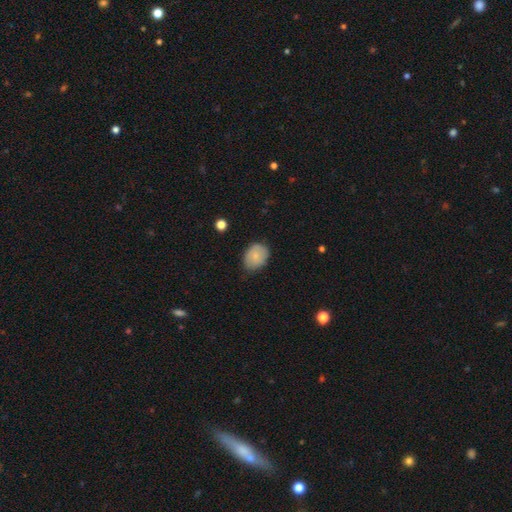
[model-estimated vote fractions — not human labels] Smooth or featured? smooth (76%)
How rounded? in between (64%)
Merging? none (68%)